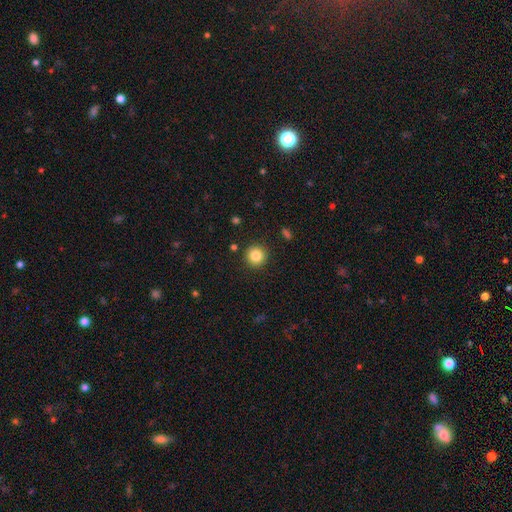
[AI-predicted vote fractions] Smooth or featured? smooth (84%)
How rounded? round (95%)
Merging? none (91%)